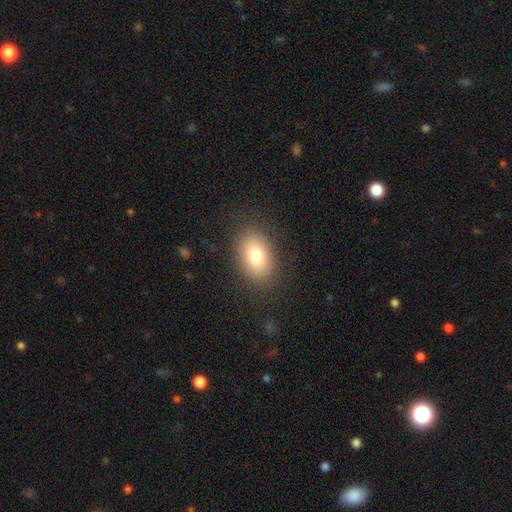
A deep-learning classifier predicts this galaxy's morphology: A smooth galaxy with no disk features (81%) that is in between round and cigar-shaped (84%).

Vote fractions:
- Smooth or featured? smooth: 81% / featured or disk: 10% / star or artifact: 9%
- How rounded? in between: 84% / round: 15% / cigar-shaped: 1%
- Merging? none: 86% / minor disturbance: 9% / major disturbance: 3% / merger: 1%